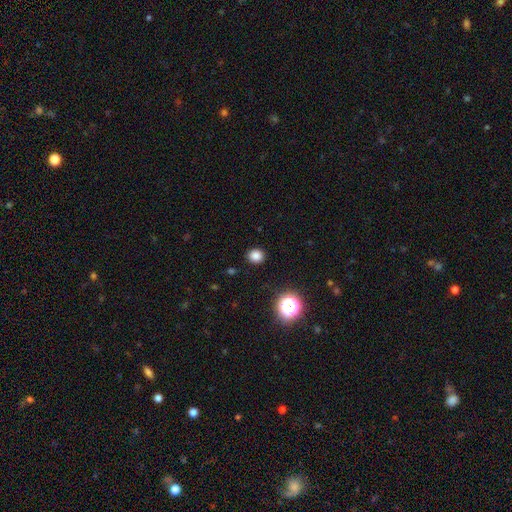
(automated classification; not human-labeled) A smooth galaxy with no disk features (82%) that is round (84%). Merging: none (91%).